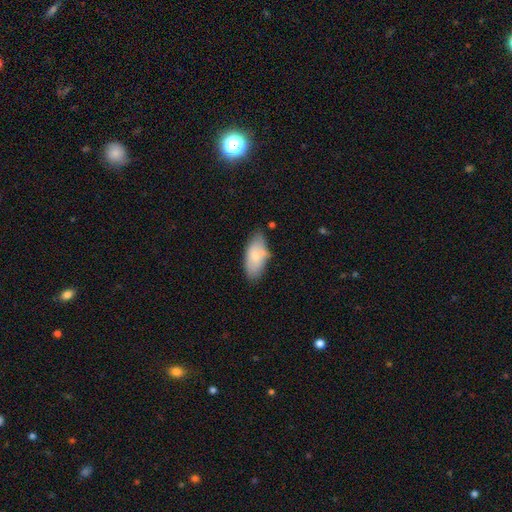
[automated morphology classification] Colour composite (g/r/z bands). It shows a smooth galaxy with no disk features (74%) that is in between round and cigar-shaped (91%). Merging: none (64%).